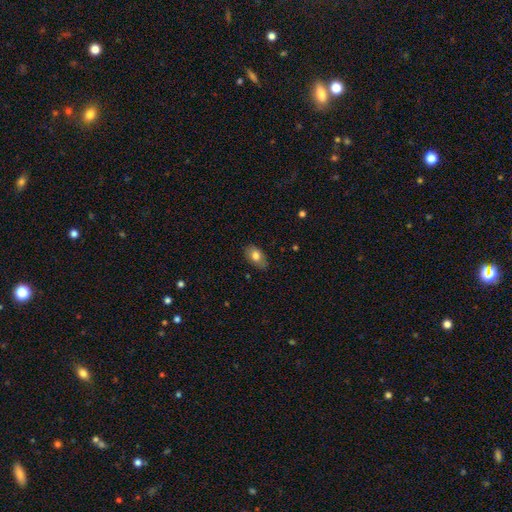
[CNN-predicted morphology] smooth 78%, featured or disk 14%, star or artifact 8%. Down the decision tree: how rounded — in between (90%); merging — none (82%).